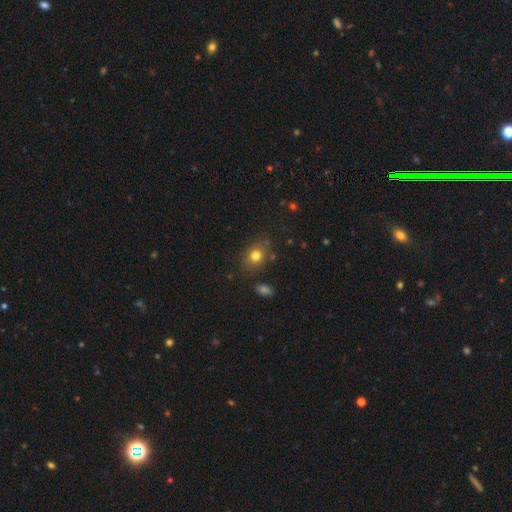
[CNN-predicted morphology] Smooth or featured: smooth — 78% (star or artifact — 13%)
How rounded: round — 57% (in between — 42%)
Merging: none — 78% (minor disturbance — 14%)